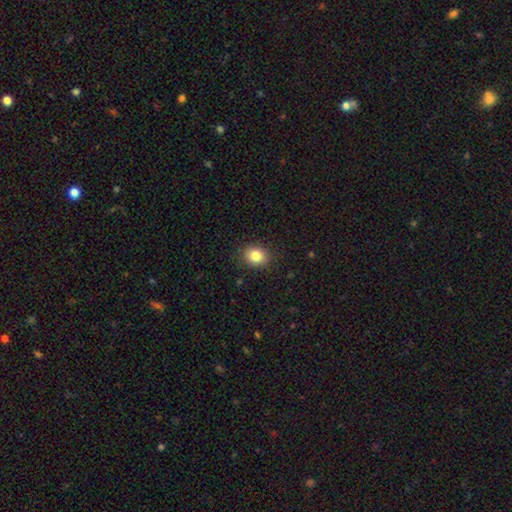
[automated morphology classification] Q: Smooth or featured?
A: smooth (84%); runner-up: star or artifact (10%)
Q: How rounded?
A: round (63%); runner-up: in between (37%)
Q: Merging?
A: none (89%); runner-up: minor disturbance (8%)